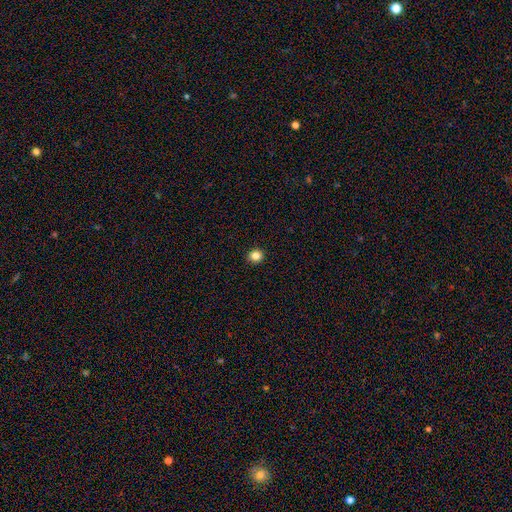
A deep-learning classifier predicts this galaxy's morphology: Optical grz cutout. It shows a smooth galaxy with no disk features (84%) that is round (90%). Merging: none (93%).